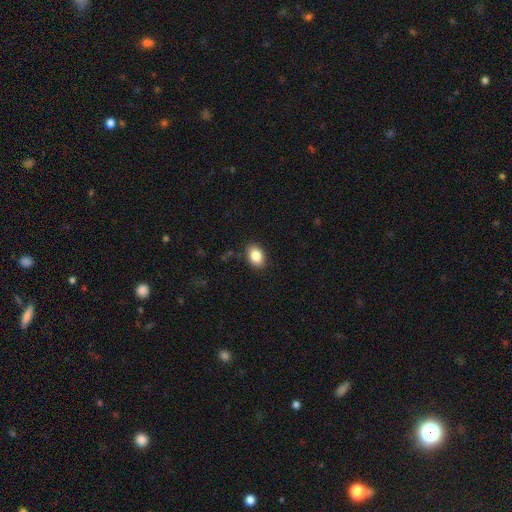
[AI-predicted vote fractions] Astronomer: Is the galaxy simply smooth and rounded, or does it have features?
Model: smooth — 86%.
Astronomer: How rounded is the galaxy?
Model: in between — 80%.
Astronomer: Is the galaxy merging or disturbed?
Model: none — 87%.